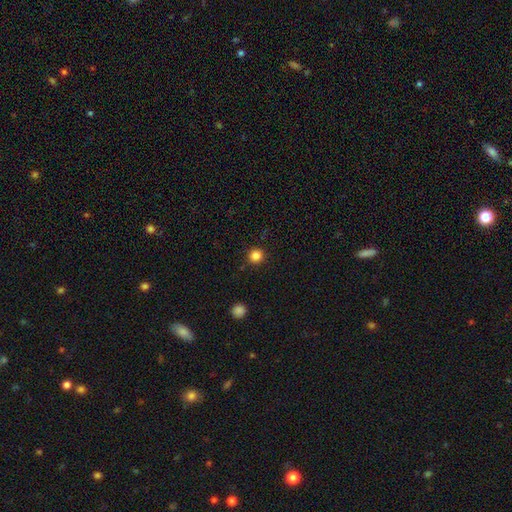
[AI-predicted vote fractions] Q: Smooth or featured?
A: smooth (85%); runner-up: star or artifact (12%)
Q: How rounded?
A: round (94%); runner-up: in between (5%)
Q: Merging?
A: none (90%); runner-up: minor disturbance (6%)